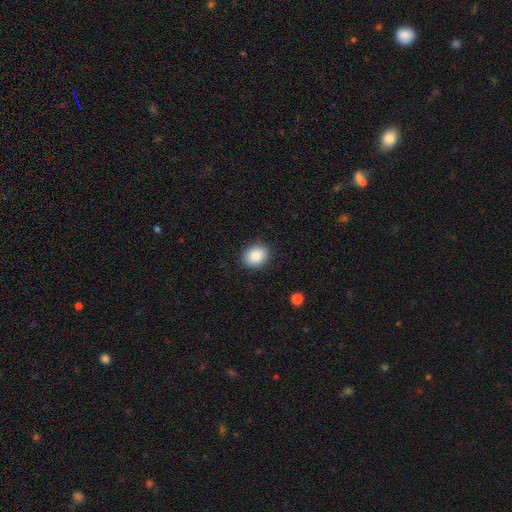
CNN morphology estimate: This appears to be a smooth galaxy with no disk features (87%) that is in between round and cigar-shaped (52%). Merging: none (88%).